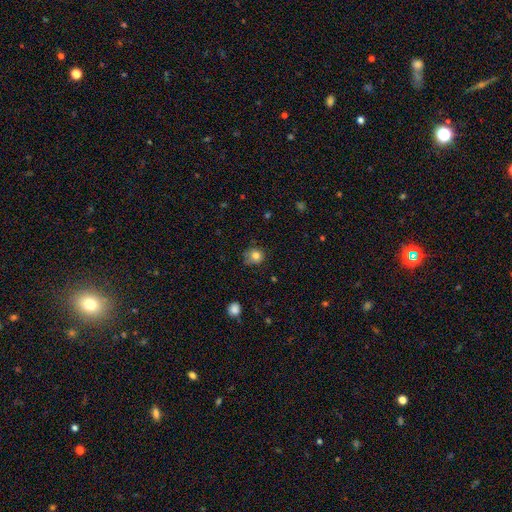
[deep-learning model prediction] Q: Smooth or featured?
A: smooth (81%); runner-up: star or artifact (11%)
Q: How rounded?
A: round (86%); runner-up: in between (13%)
Q: Merging?
A: none (67%); runner-up: minor disturbance (25%)